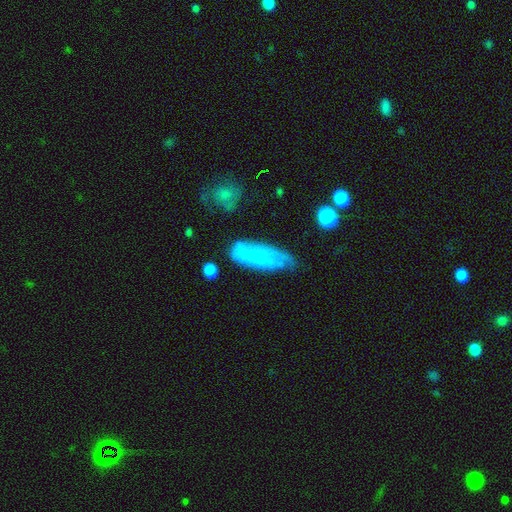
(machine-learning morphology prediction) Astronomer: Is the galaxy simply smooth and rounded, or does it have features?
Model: smooth — 63%.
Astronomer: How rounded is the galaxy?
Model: in between — 59% (runner-up: cigar-shaped, 39%).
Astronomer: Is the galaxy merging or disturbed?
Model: none — 50% (runner-up: minor disturbance, 31%).